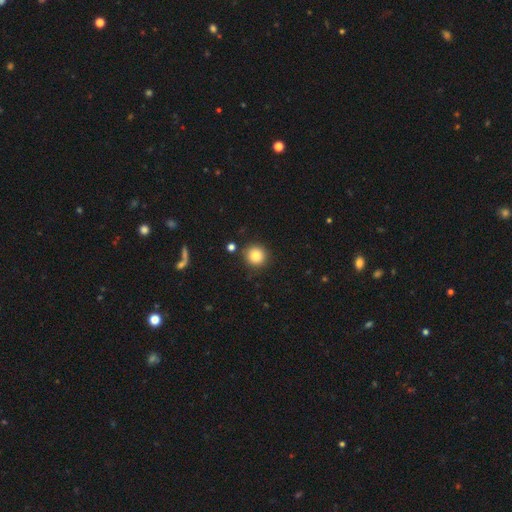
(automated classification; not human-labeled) Smooth or featured? smooth (86%)
How rounded? round (92%)
Merging? none (86%)